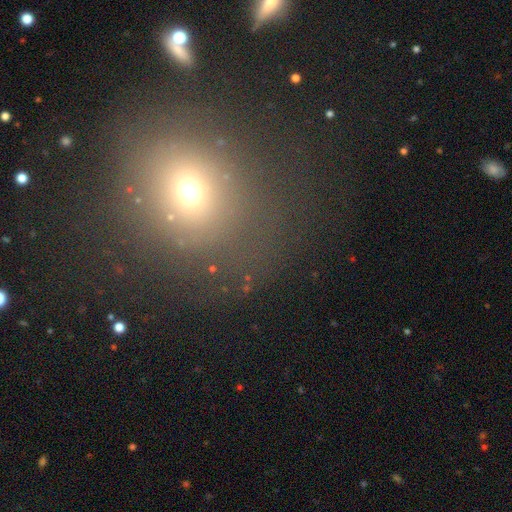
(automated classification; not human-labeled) Smooth or featured?
  - smooth: 56% *
  - star or artifact: 30%
  - featured or disk: 15%
How rounded?
  - round: 77% *
  - in between: 22%
  - cigar-shaped: 1%
Merging?
  - none: 76% *
  - minor disturbance: 12%
  - major disturbance: 8%
  - merger: 3%